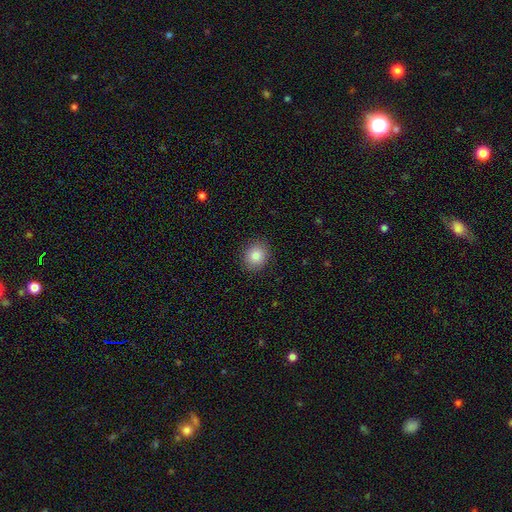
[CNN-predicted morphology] smooth-or-featured: smooth: 83% | star or artifact: 10% | featured or disk: 7%
  how-rounded: round: 74% | in between: 26% | cigar-shaped: 1%
  merging: none: 89% | minor disturbance: 7% | major disturbance: 2% | merger: 1%